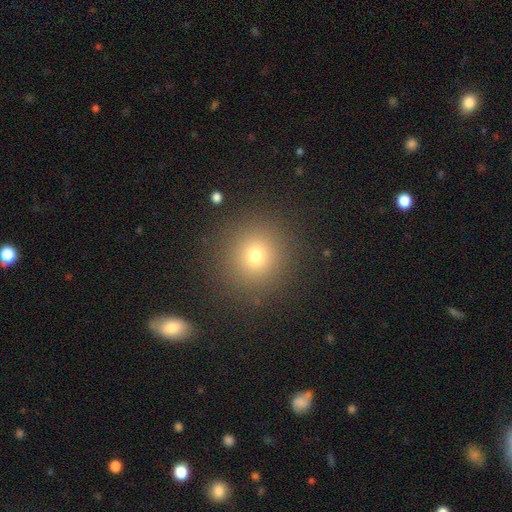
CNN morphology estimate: This is likely a smooth galaxy (73%). How rounded: clearly round (91%). Merging: clearly none (89%).